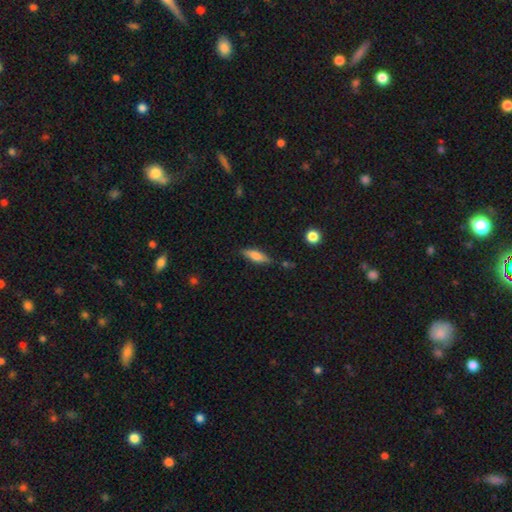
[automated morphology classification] smooth_or_featured: smooth (p=0.71) [alt: featured or disk p=0.22]
how_rounded: in between (p=0.49) [alt: cigar-shaped p=0.48]
merging: none (p=0.77) [alt: minor disturbance p=0.16]